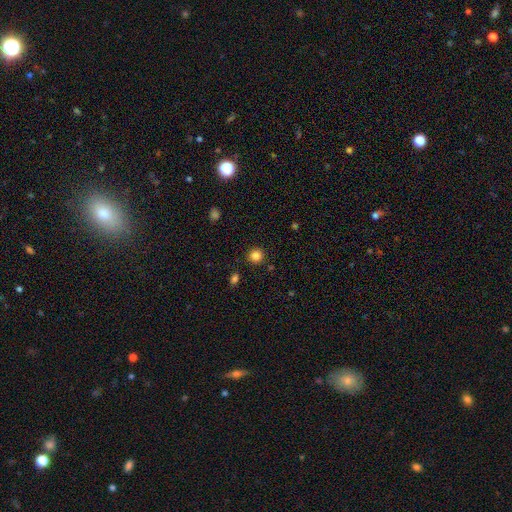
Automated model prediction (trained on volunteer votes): The model was most divided on "smooth or featured": smooth: 84%, star or artifact: 12%, featured or disk: 4%. More confident: how rounded — round (92%); merging — none (90%).